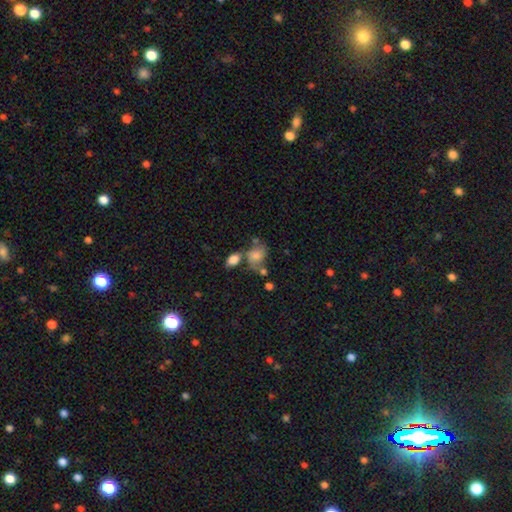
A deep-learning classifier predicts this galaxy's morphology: Overall: smooth (69%). How rounded: in between (65%; round 34%). Merging: none (37%; merger 30%).